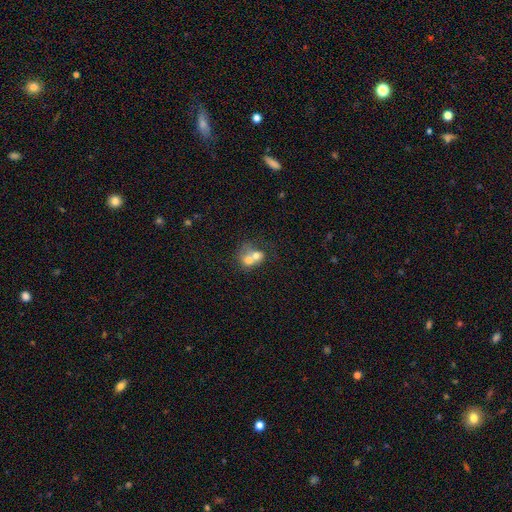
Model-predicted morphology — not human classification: The model was most divided on "how rounded": round: 60%, in between: 39%, cigar-shaped: 1%. More confident: merging — merger (74%); smooth or featured — smooth (62%).